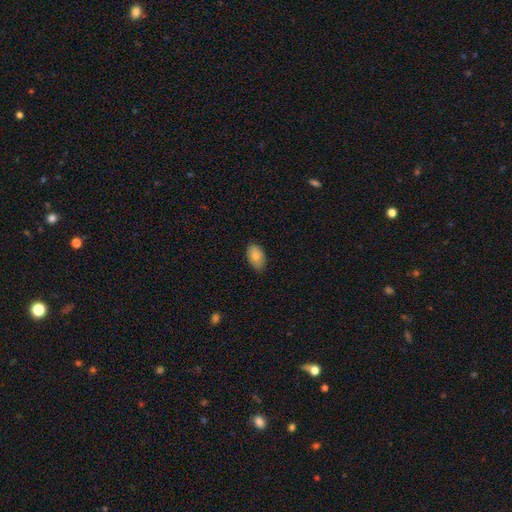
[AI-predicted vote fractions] Smooth or featured?
  - smooth: 83% *
  - featured or disk: 10%
  - star or artifact: 7%
How rounded?
  - in between: 93% *
  - round: 6%
  - cigar-shaped: 2%
Merging?
  - none: 84% *
  - minor disturbance: 13%
  - major disturbance: 2%
  - merger: 1%